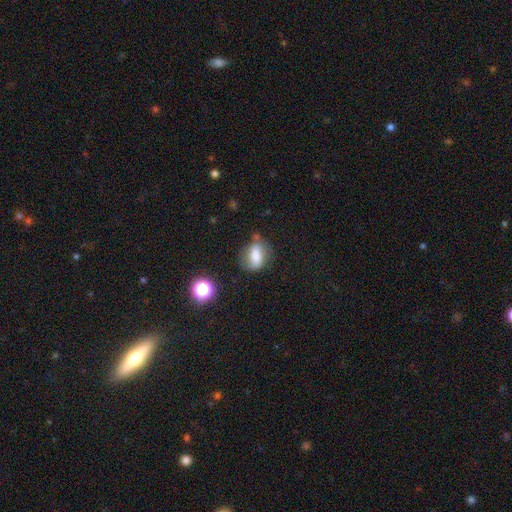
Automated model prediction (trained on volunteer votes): Smooth or featured? smooth (61%)
How rounded? in between (66%)
Merging? none (65%)